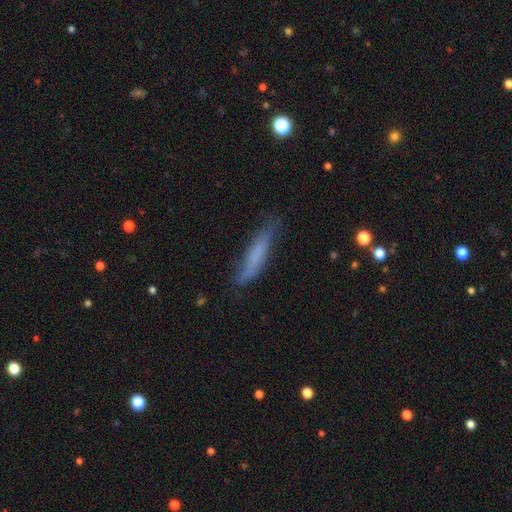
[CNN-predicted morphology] This is likely a smooth galaxy (65%). How rounded: clearly cigar-shaped (84%). Merging: likely none (71%).